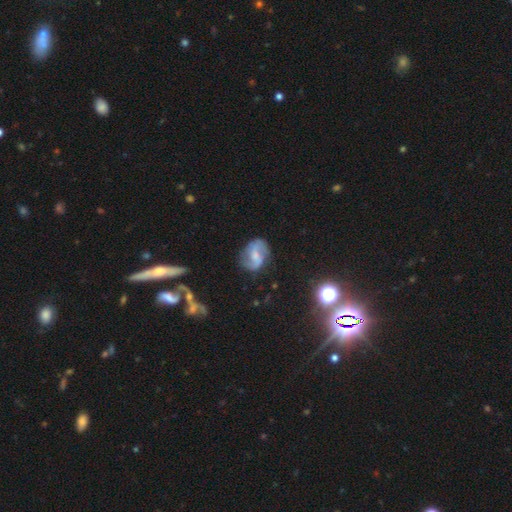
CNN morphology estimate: type=featured or disk (72%); edge-on=no (97%); bar=weak (51%); spiral arms=yes (92%); winding=loose (44%); arm count=2 (87%); bulge=small (38%); merging=none (72%).